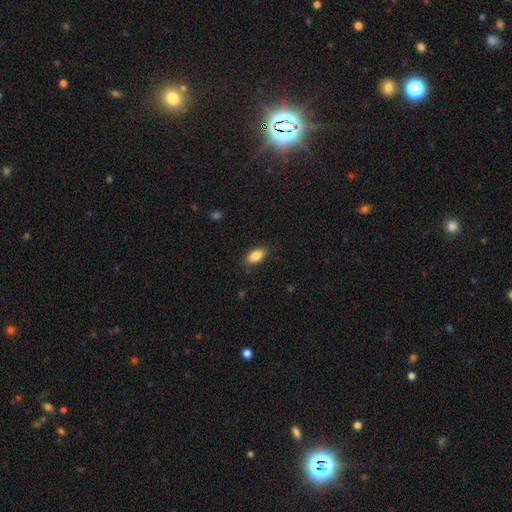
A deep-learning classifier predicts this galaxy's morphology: Q: Smooth or featured?
A: smooth (85%); runner-up: star or artifact (8%)
Q: How rounded?
A: in between (91%); runner-up: cigar-shaped (5%)
Q: Merging?
A: none (86%); runner-up: minor disturbance (10%)